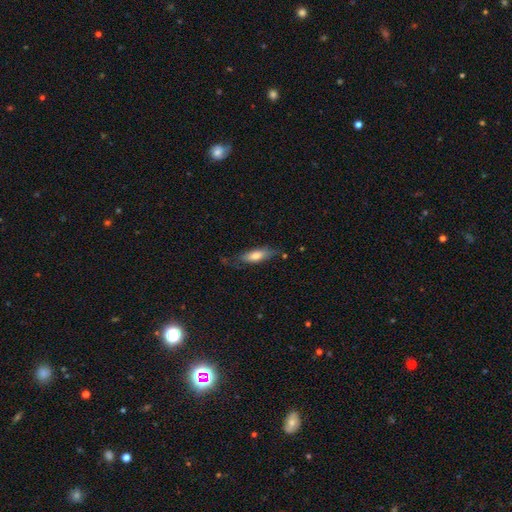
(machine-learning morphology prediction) smooth 70%, featured or disk 24%, star or artifact 6%. Down the decision tree: how rounded — in between (51%); merging — none (67%).